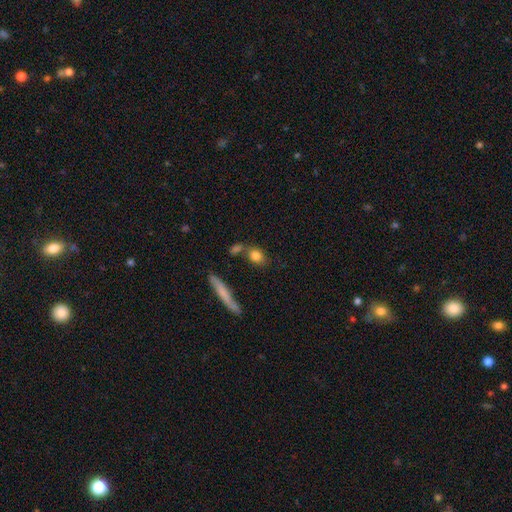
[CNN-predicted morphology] Overall: smooth (80%). How rounded: in between (52%; round 34%). Merging: none (62%).